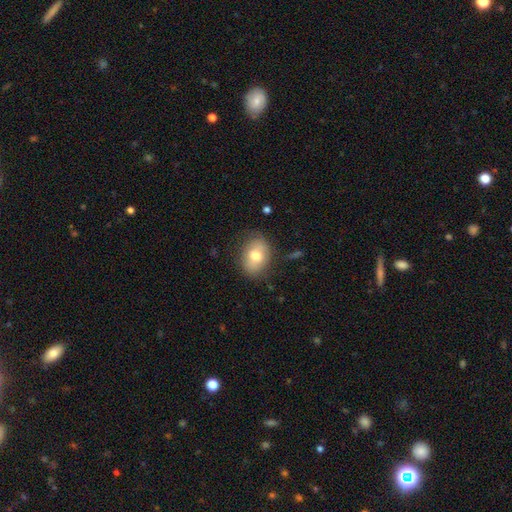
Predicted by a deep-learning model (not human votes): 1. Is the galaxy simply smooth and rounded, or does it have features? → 72% smooth, 20% featured or disk, 8% star or artifact.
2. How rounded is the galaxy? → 68% in between, 31% round, 1% cigar-shaped.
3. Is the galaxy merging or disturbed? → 74% none, 19% minor disturbance, 5% major disturbance, 2% merger.